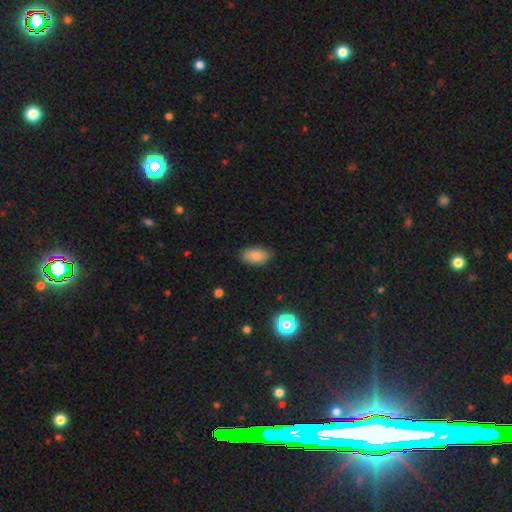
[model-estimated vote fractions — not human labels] This appears to be a smooth galaxy with no disk features (83%) that is in between round and cigar-shaped (92%). Merging: none (83%).